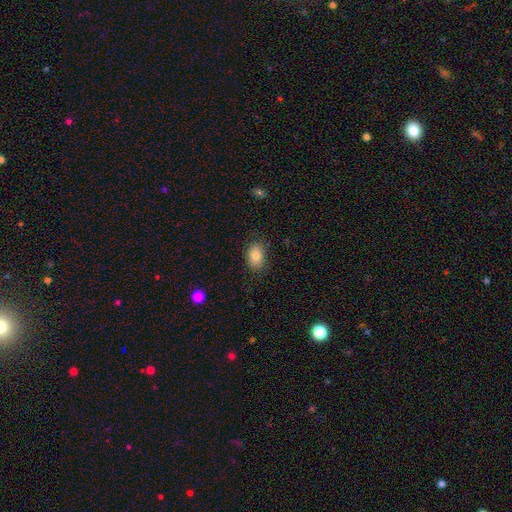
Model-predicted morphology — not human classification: A smooth galaxy with no disk features (84%) that is in between round and cigar-shaped (85%). Merging: none (82%).